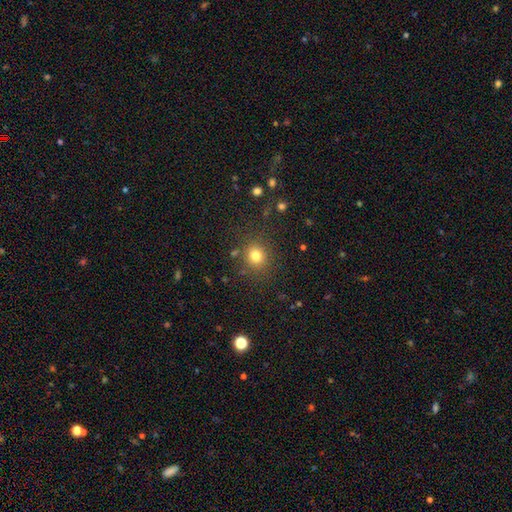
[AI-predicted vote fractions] Overall: smooth (79%). How rounded: round (85%). Merging: none (84%).